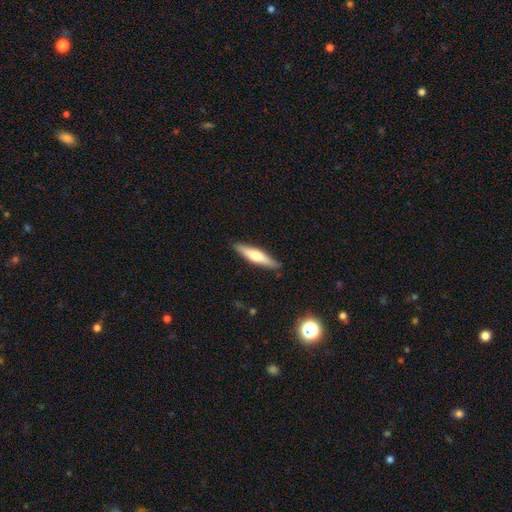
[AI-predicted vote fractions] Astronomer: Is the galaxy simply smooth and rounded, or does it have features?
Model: featured or disk — 50% (runner-up: smooth, 45%).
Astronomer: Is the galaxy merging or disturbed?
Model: none — 89%.